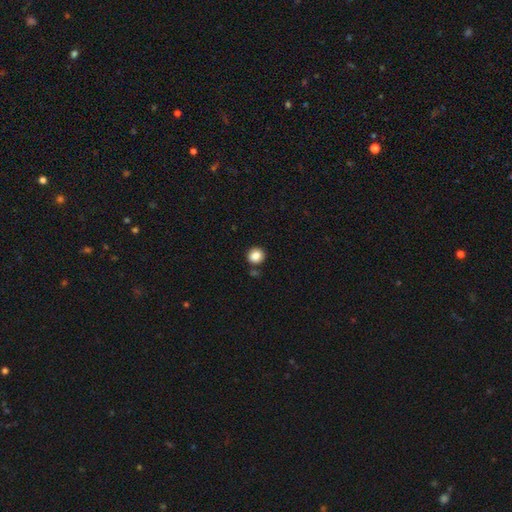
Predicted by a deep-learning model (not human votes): Q: Smooth or featured?
A: smooth (86%); runner-up: star or artifact (10%)
Q: How rounded?
A: round (86%); runner-up: in between (13%)
Q: Merging?
A: none (84%); runner-up: minor disturbance (8%)